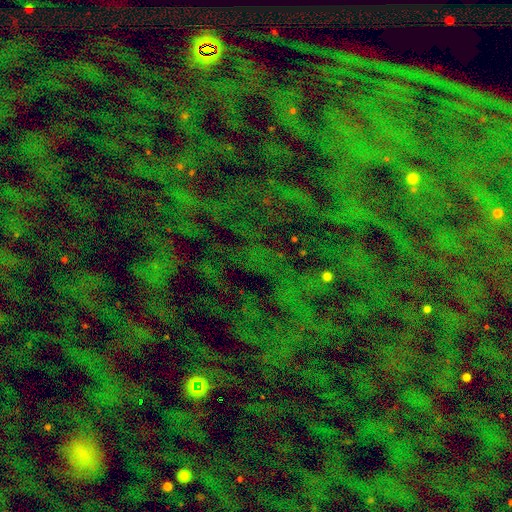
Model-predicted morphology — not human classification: type=star or artifact (73%).